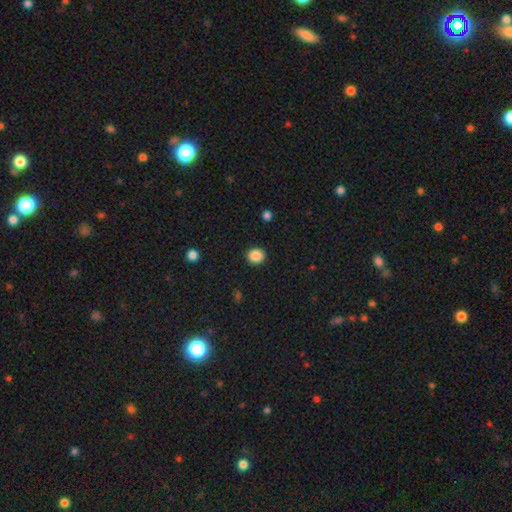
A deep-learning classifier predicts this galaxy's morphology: A smooth galaxy with no disk features (87%) that is round (85%). Merging: none (91%).